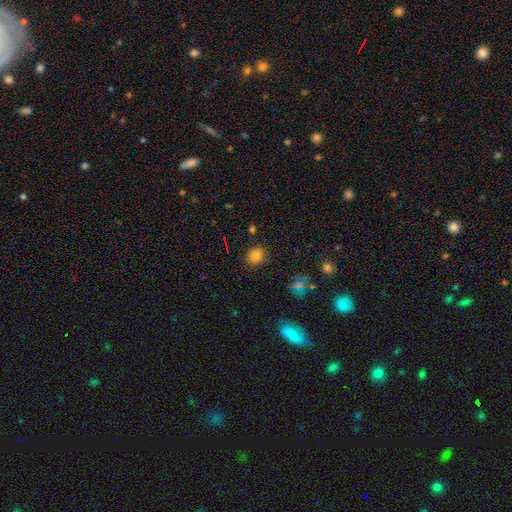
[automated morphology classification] Q: Smooth or featured?
A: smooth (80%); runner-up: star or artifact (14%)
Q: How rounded?
A: round (85%); runner-up: in between (14%)
Q: Merging?
A: none (88%); runner-up: minor disturbance (8%)